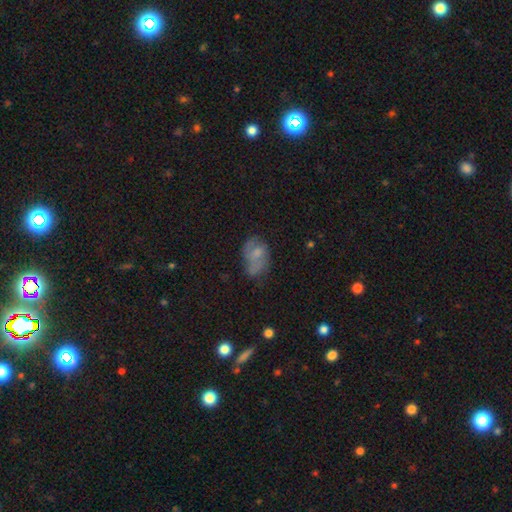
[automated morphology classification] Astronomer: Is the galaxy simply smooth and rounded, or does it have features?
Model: smooth — 50% (runner-up: featured or disk, 38%).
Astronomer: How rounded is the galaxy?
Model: in between — 83%.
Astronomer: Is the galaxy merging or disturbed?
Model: none — 42% (runner-up: minor disturbance, 31%).